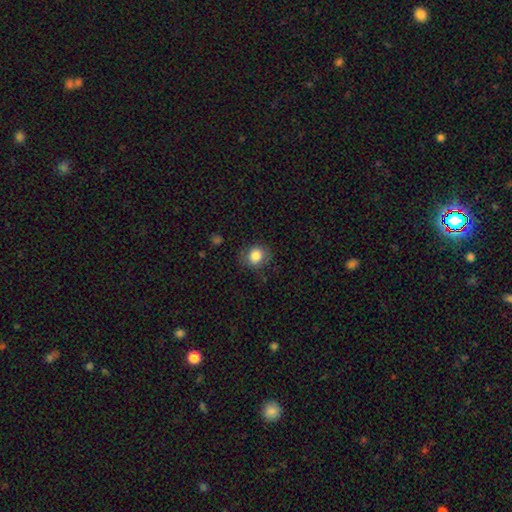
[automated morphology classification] Smooth or featured: smooth — 83% (star or artifact — 9%)
How rounded: round — 70% (in between — 29%)
Merging: none — 78% (minor disturbance — 16%)